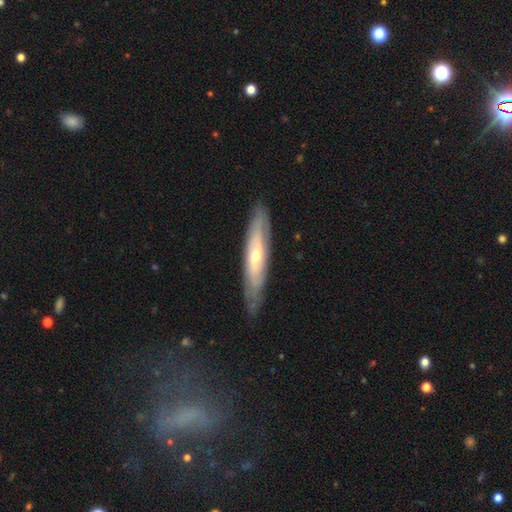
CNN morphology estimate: This is likely a featured or disk galaxy (65%). It is possibly viewed edge-on (53%). Merging: clearly none (80%).